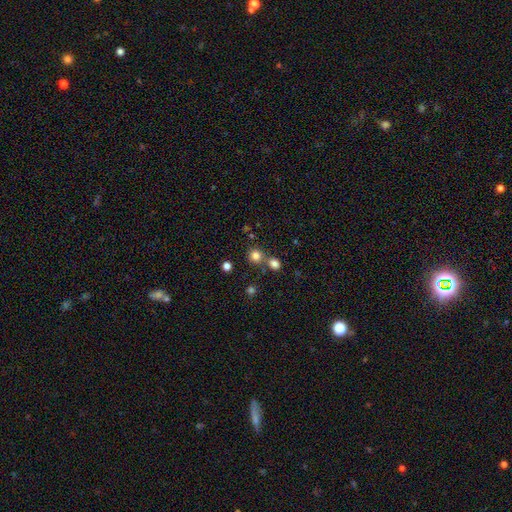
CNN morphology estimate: This appears to be a smooth galaxy with no disk features (79%) that is round (88%). Merging: none (65%).